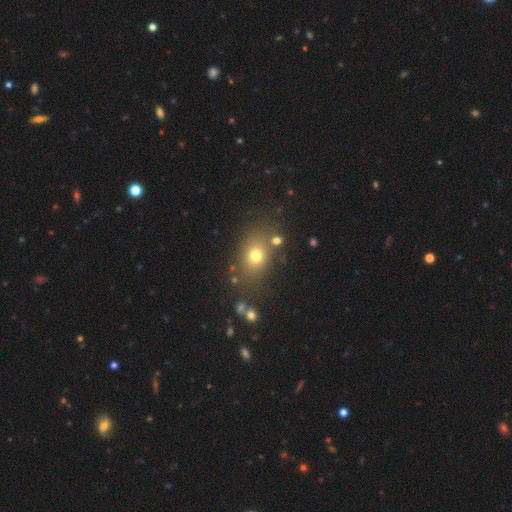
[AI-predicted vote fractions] Overall: smooth (72%). How rounded: in between (59%; round 39%). Merging: none (76%).